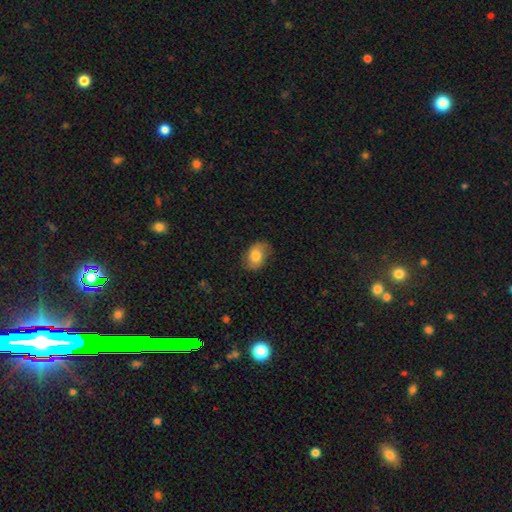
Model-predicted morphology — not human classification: This is likely a smooth galaxy (69%). How rounded: likely in between (76%). Merging: likely none (73%).